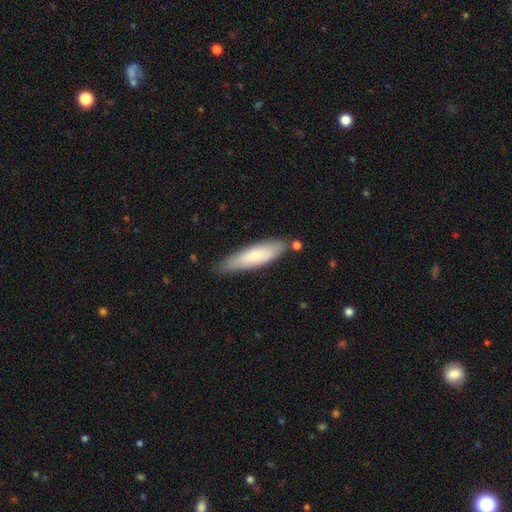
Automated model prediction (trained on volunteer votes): smooth 69%, featured or disk 26%, star or artifact 6%. Down the decision tree: how rounded — cigar-shaped (63%); merging — none (74%).